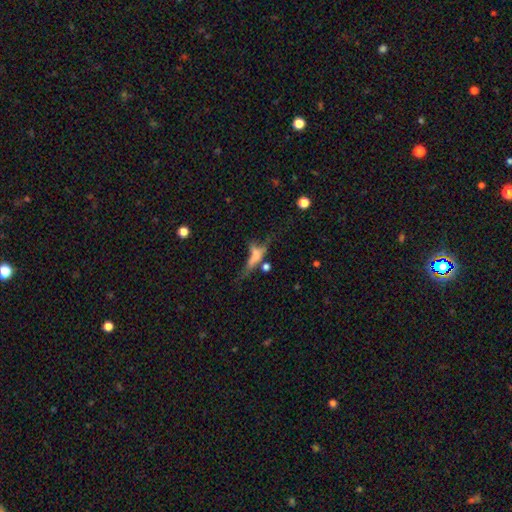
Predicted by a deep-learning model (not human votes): Q: Smooth or featured?
A: smooth (46%); runner-up: featured or disk (39%)
Q: Merging?
A: major disturbance (32%); runner-up: none (27%)